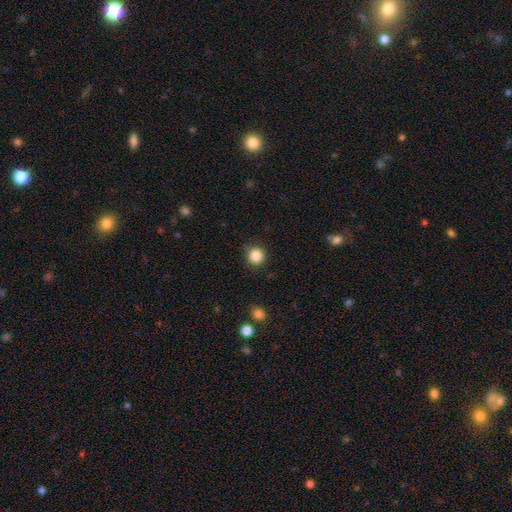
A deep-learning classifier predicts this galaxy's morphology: Smooth or featured: smooth — 86% (star or artifact — 11%)
How rounded: round — 94% (in between — 6%)
Merging: none — 87% (minor disturbance — 9%)